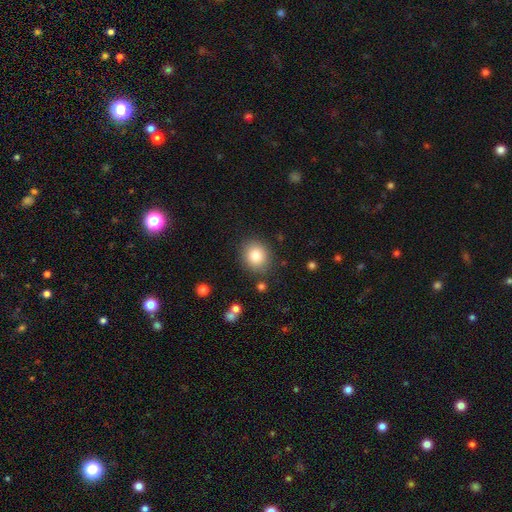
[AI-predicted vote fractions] This appears to be a smooth galaxy with no disk features (85%) that is round (72%). Merging: none (85%).